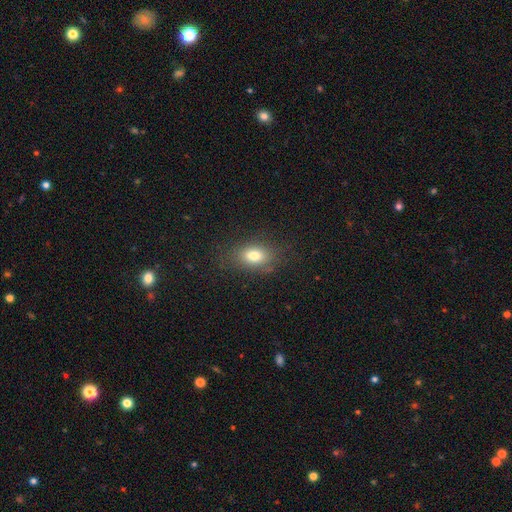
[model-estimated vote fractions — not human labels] smooth-or-featured: smooth: 73% | star or artifact: 17% | featured or disk: 9%
  how-rounded: in between: 74% | round: 23% | cigar-shaped: 3%
  merging: none: 87% | minor disturbance: 10% | major disturbance: 3% | merger: 1%